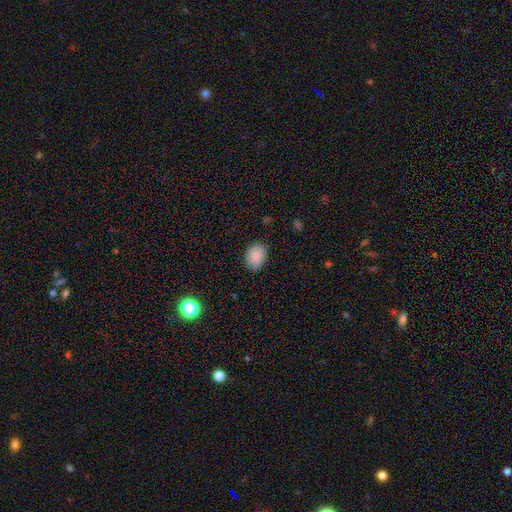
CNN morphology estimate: A smooth galaxy with no disk features (86%) that is in between round and cigar-shaped (69%).

Vote fractions:
- Smooth or featured? smooth: 86% / star or artifact: 8% / featured or disk: 6%
- How rounded? in between: 69% / round: 30% / cigar-shaped: 1%
- Merging? none: 83% / minor disturbance: 14% / major disturbance: 3% / merger: 1%